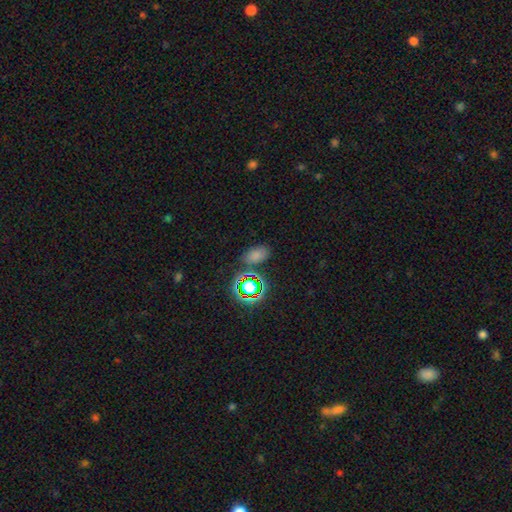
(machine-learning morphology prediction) Smooth or featured?
  - smooth: 63% *
  - star or artifact: 29%
  - featured or disk: 8%
How rounded?
  - in between: 87% *
  - round: 11%
  - cigar-shaped: 2%
Merging?
  - none: 72% *
  - minor disturbance: 14%
  - merger: 8%
  - major disturbance: 5%